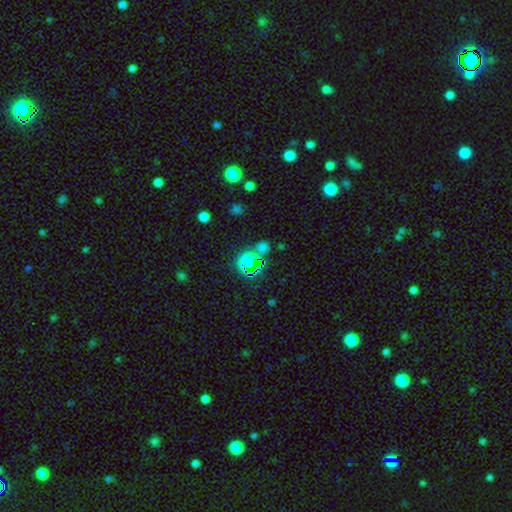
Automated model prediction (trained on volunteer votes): Smooth or featured?
  - star or artifact: 52% *
  - smooth: 39%
  - featured or disk: 8%